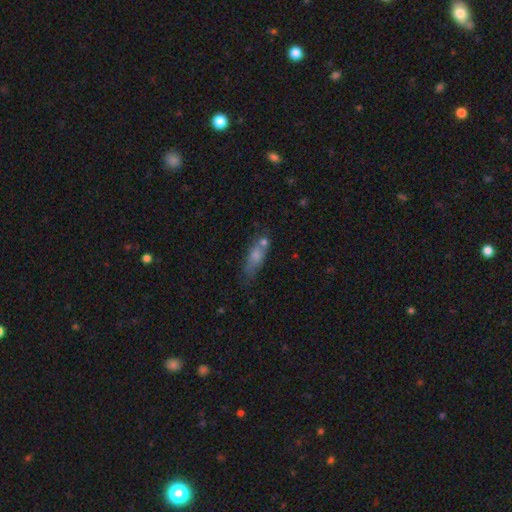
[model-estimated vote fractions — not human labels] Smooth or featured?
  - smooth: 70% *
  - featured or disk: 21%
  - star or artifact: 9%
How rounded?
  - in between: 60% *
  - cigar-shaped: 36%
  - round: 4%
Merging?
  - none: 45% *
  - merger: 24%
  - minor disturbance: 21%
  - major disturbance: 10%